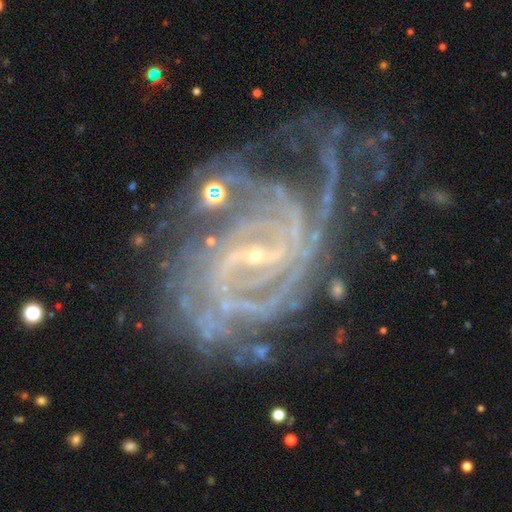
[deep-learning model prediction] Overall: featured or disk (91%). Edge-on disk: no (98%). Bar: weak (45%; strong 35%). Spiral arms: yes (98%). Spiral arm count: can't tell (21%; 2 20%). Spiral winding: tight (58%; medium 34%). Bulge size: small (84%). Merging: none (44%; major disturbance 24%).